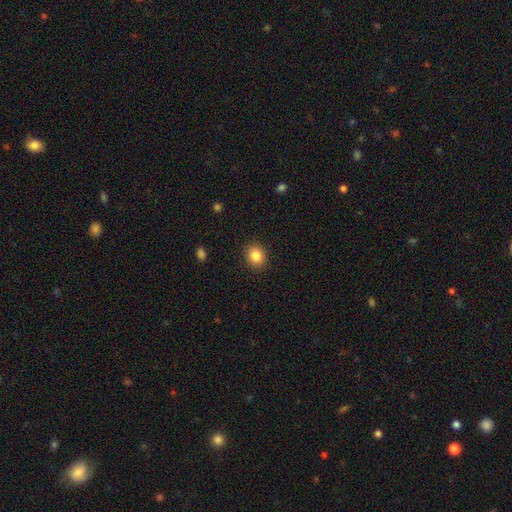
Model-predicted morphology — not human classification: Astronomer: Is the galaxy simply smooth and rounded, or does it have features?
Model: smooth — 85%.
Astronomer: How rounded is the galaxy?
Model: round — 69%.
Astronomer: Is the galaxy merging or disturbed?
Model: none — 90%.